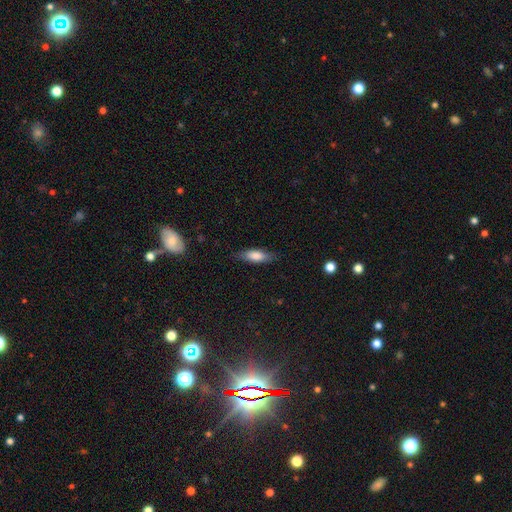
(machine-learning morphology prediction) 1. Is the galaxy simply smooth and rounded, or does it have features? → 75% smooth, 18% featured or disk, 7% star or artifact.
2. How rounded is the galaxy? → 56% in between, 42% cigar-shaped, 2% round.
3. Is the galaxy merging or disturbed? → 81% none, 15% minor disturbance, 3% major disturbance, 1% merger.